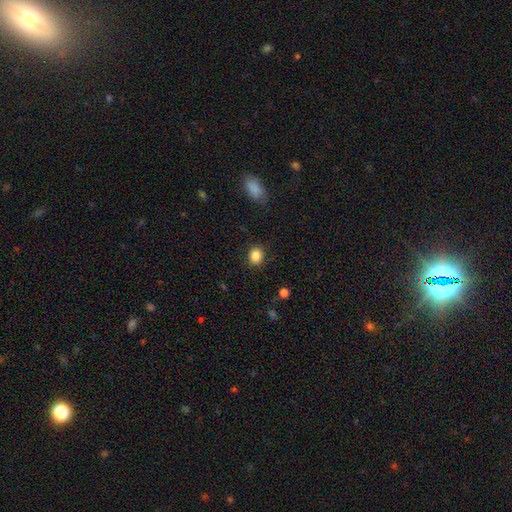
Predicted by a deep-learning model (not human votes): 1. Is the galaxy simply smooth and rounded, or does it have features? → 85% smooth, 10% star or artifact, 4% featured or disk.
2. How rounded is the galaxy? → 73% round, 26% in between, 1% cigar-shaped.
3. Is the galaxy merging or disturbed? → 87% none, 9% minor disturbance, 3% major disturbance, 1% merger.